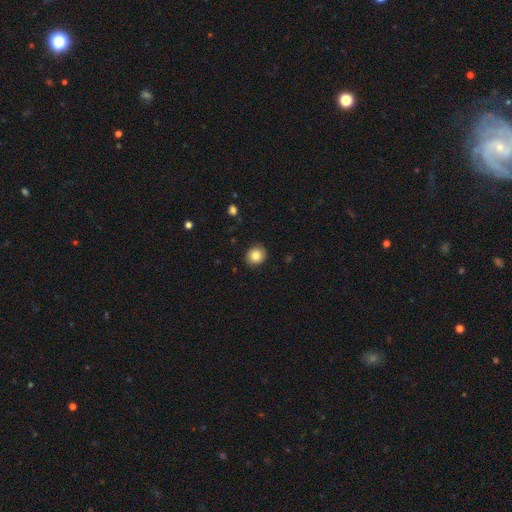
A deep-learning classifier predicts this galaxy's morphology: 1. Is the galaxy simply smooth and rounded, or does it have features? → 82% smooth, 9% star or artifact, 8% featured or disk.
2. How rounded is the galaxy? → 83% round, 16% in between, 1% cigar-shaped.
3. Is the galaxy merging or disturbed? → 88% none, 9% minor disturbance, 2% major disturbance, 1% merger.